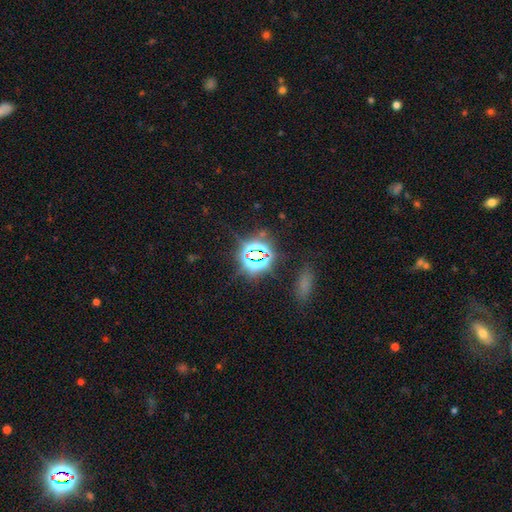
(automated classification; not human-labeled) A star or artifact, not a galaxy (76%).

Vote fractions:
- Smooth or featured? star or artifact: 76% / smooth: 16% / featured or disk: 8%